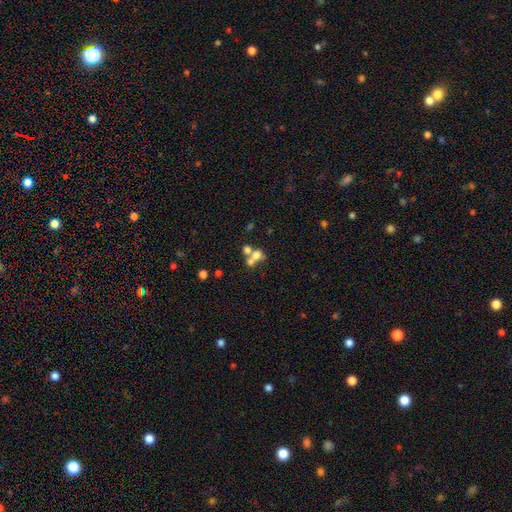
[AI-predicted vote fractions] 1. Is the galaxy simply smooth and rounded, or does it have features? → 60% smooth, 24% featured or disk, 16% star or artifact.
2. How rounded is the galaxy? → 67% round, 31% in between, 1% cigar-shaped.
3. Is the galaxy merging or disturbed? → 58% merger, 30% none, 6% minor disturbance, 6% major disturbance.